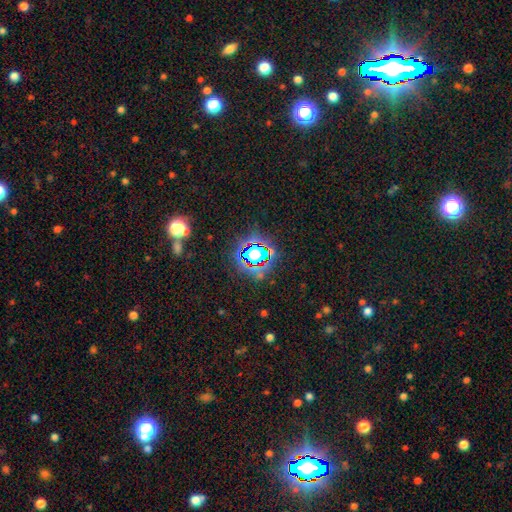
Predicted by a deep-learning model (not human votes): Overall: star or artifact (77%).